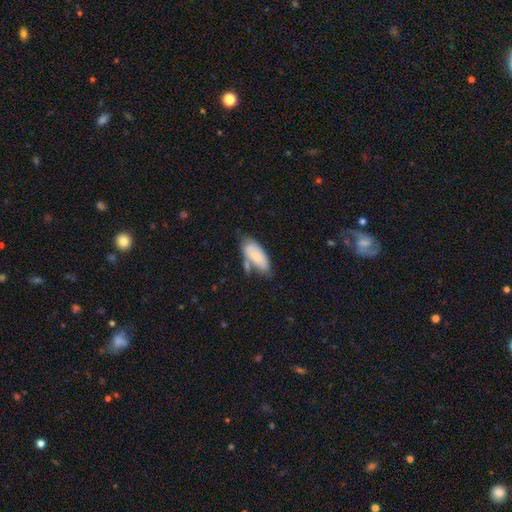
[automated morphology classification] Smooth or featured: smooth — 77% (featured or disk — 16%)
How rounded: in between — 86% (cigar-shaped — 12%)
Merging: none — 45% (minor disturbance — 27%)